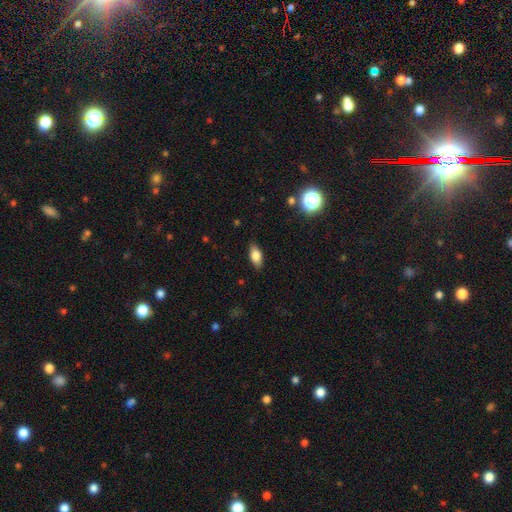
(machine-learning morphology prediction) A smooth galaxy with no disk features (78%) that is in between round and cigar-shaped (87%). Merging: none (85%).